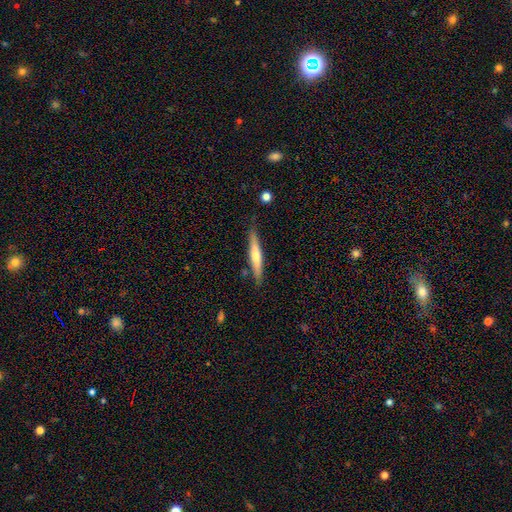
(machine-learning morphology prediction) This is possibly a featured or disk galaxy (50%). It is clearly viewed edge-on (95%). Merging: clearly none (85%).